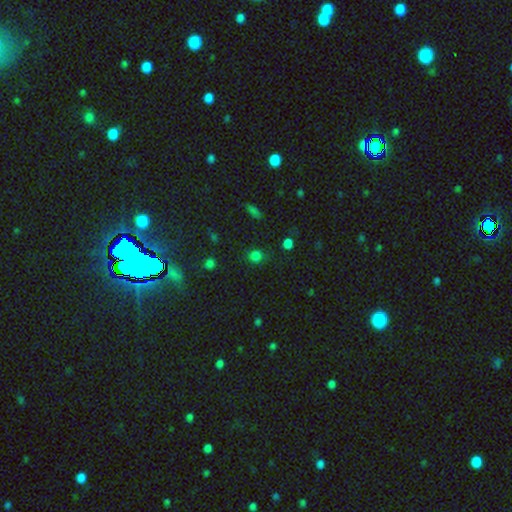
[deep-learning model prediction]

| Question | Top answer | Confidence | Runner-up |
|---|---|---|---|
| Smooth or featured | smooth | 69% | star or artifact (26%) |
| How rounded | round | 79% | in between (20%) |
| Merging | none | 75% | minor disturbance (15%) |